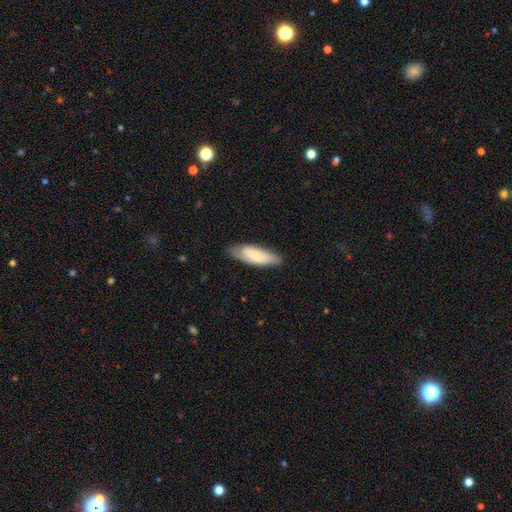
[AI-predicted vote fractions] A smooth galaxy with no disk features (63%) that is in between round and cigar-shaped (61%). Merging: none (77%).